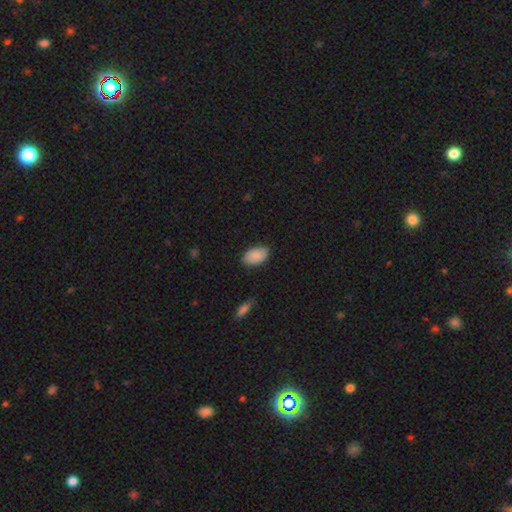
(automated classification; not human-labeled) This appears to be a smooth galaxy with no disk features (88%) that is in between round and cigar-shaped (94%). Merging: none (84%).